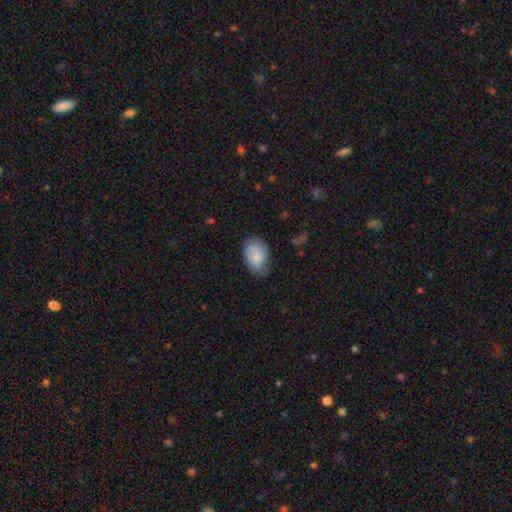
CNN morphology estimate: This appears to be a smooth galaxy with no disk features (77%) that is in between round and cigar-shaped (88%). Merging: none (60%).